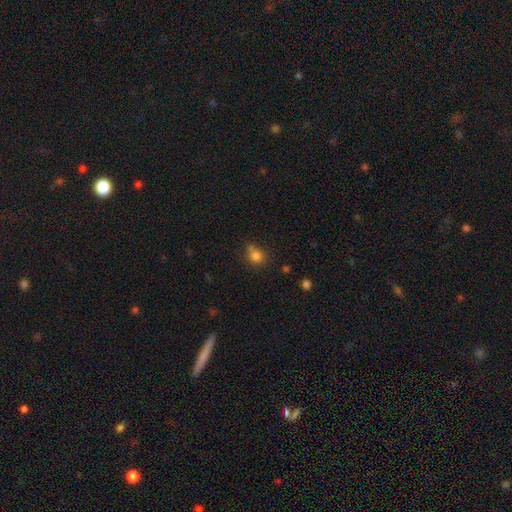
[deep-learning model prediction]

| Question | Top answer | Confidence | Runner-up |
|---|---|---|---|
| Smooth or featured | smooth | 80% | star or artifact (13%) |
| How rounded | round | 77% | in between (22%) |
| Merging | none | 58% | minor disturbance (21%) |